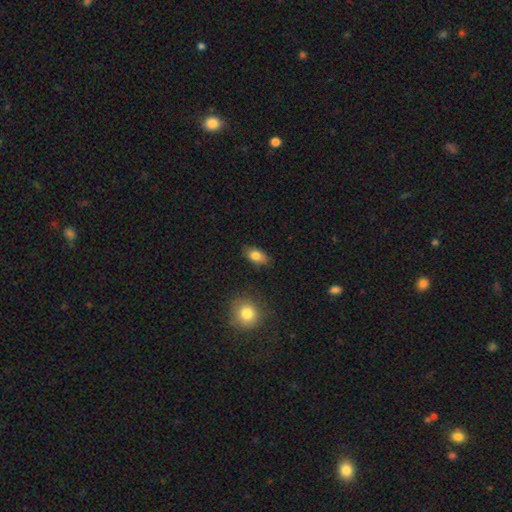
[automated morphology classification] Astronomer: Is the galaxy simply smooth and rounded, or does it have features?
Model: smooth — 81%.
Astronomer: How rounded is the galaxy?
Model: in between — 88%.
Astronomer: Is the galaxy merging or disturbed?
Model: none — 83%.